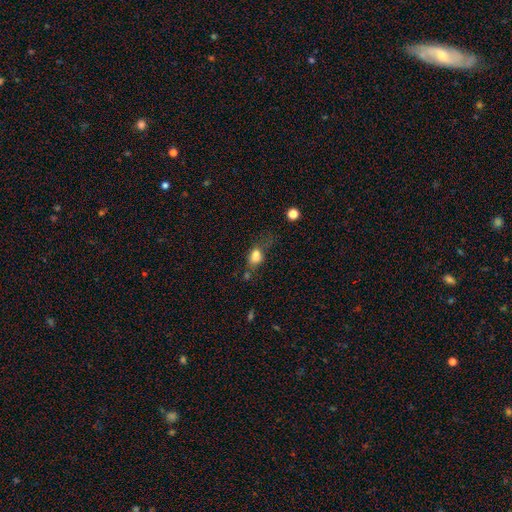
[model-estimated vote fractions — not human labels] A smooth galaxy with no disk features (73%) that is in between round and cigar-shaped (68%).

Vote fractions:
- Smooth or featured? smooth: 73% / featured or disk: 14% / star or artifact: 12%
- How rounded? in between: 68% / round: 27% / cigar-shaped: 5%
- Merging? none: 36% / minor disturbance: 25% / major disturbance: 24% / merger: 14%